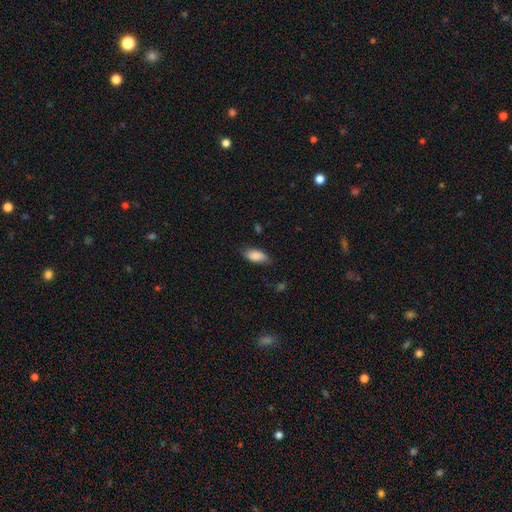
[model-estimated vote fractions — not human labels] smooth 85%, featured or disk 8%, star or artifact 6%. Down the decision tree: how rounded — in between (88%); merging — none (73%).